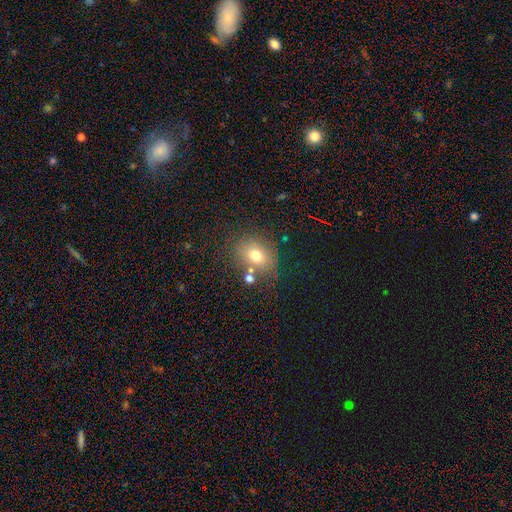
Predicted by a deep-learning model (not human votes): Smooth or featured? smooth (72%)
How rounded? in between (52%)
Merging? none (72%)